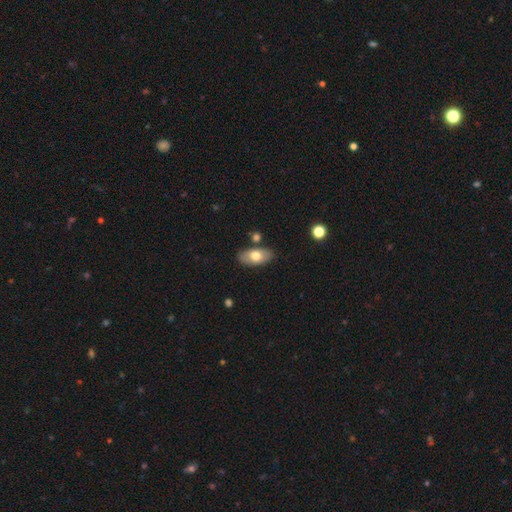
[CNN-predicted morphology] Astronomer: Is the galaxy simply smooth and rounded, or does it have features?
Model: smooth — 68%.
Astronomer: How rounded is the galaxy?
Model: in between — 92%.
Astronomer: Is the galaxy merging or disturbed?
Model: none — 80%.